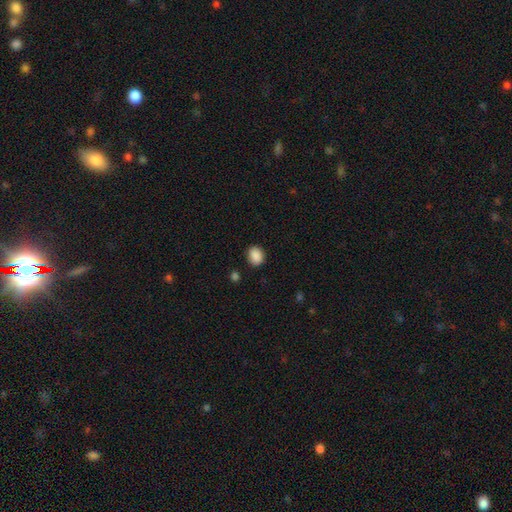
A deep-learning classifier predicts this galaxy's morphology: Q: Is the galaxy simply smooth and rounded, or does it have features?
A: smooth — 89%.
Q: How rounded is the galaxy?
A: round — 53%.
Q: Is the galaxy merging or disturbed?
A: none — 87%.